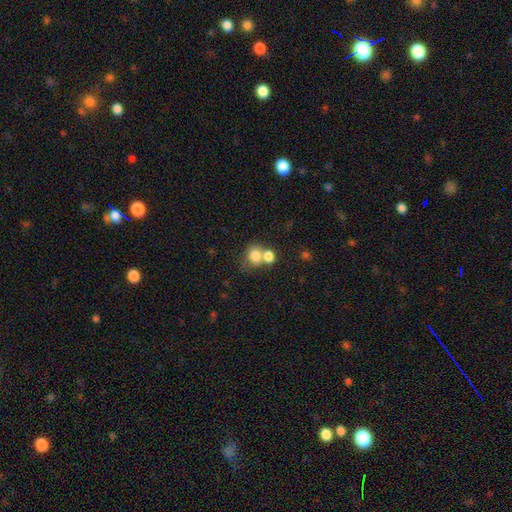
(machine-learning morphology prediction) A smooth galaxy with no disk features (78%) that is round (62%).

Vote fractions:
- Smooth or featured? smooth: 78% / featured or disk: 11% / star or artifact: 11%
- How rounded? round: 62% / in between: 37% / cigar-shaped: 1%
- Merging? merger: 53% / none: 34% / minor disturbance: 9% / major disturbance: 5%